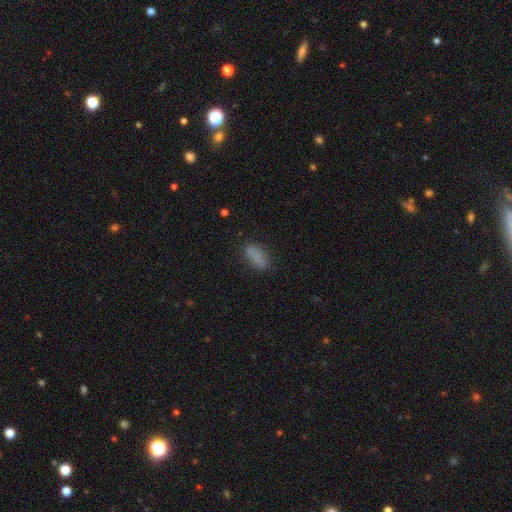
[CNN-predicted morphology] Q: Smooth or featured?
A: smooth (83%); runner-up: star or artifact (10%)
Q: How rounded?
A: in between (78%); runner-up: cigar-shaped (19%)
Q: Merging?
A: none (76%); runner-up: minor disturbance (16%)